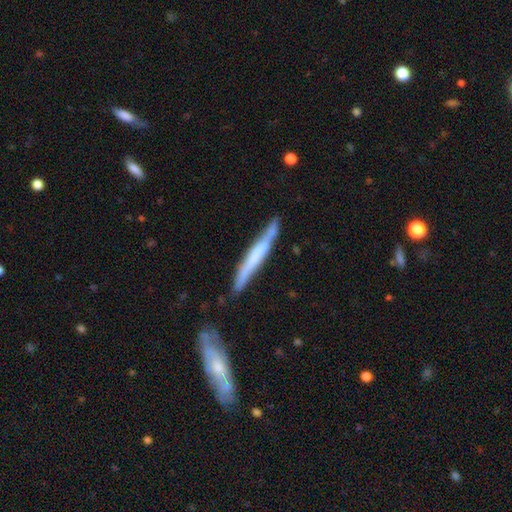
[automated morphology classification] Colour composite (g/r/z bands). It shows a featured or disk galaxy (53%) viewed edge-on (89%). Merging: none (69%).